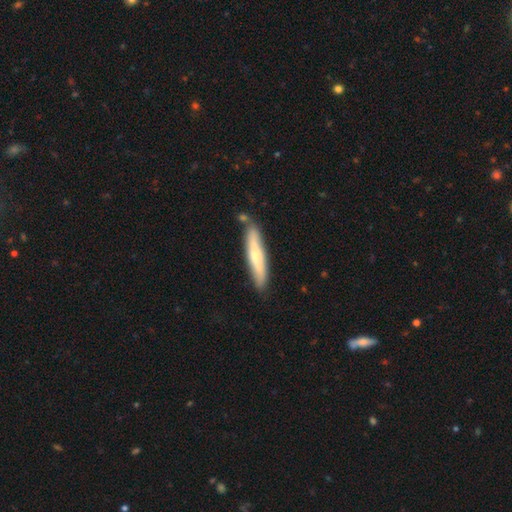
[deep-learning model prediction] Overall: smooth (54%; featured or disk 40%). How rounded: cigar-shaped (90%). Merging: none (78%).